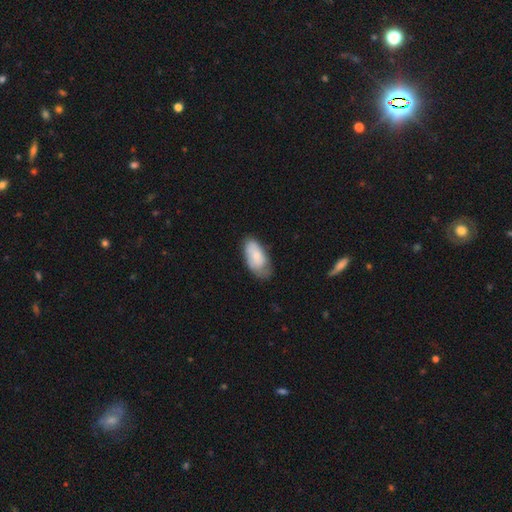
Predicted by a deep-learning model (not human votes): A smooth galaxy with no disk features (71%) that is in between round and cigar-shaped (93%).

Vote fractions:
- Smooth or featured? smooth: 71% / featured or disk: 22% / star or artifact: 6%
- How rounded? in between: 93% / cigar-shaped: 4% / round: 3%
- Merging? none: 56% / minor disturbance: 33% / major disturbance: 9% / merger: 2%